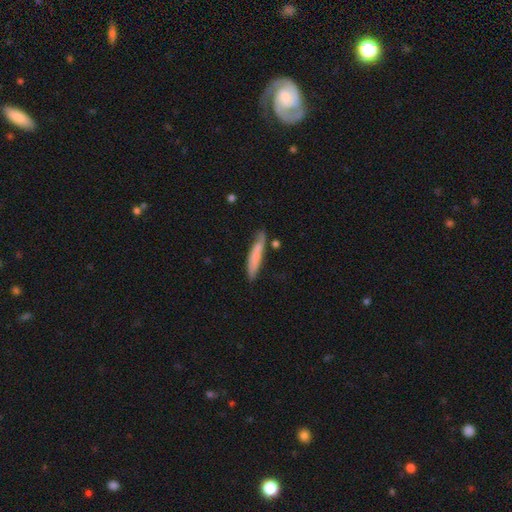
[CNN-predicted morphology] smooth 69%, featured or disk 24%, star or artifact 6%. Down the decision tree: how rounded — cigar-shaped (89%); merging — none (67%).